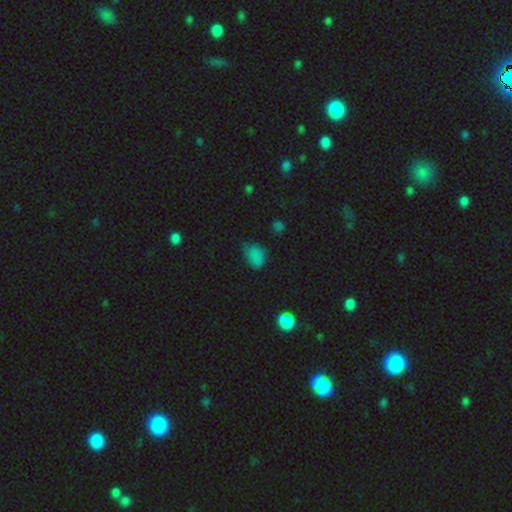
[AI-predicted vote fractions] Morphology: type=smooth (72%); roundness=in between (67%); merging=none (52%).